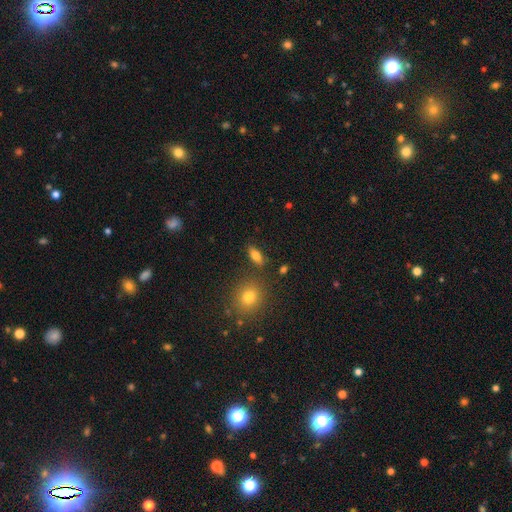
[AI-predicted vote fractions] Smooth or featured?
  - smooth: 77% *
  - featured or disk: 12%
  - star or artifact: 10%
How rounded?
  - in between: 78% *
  - cigar-shaped: 15%
  - round: 7%
Merging?
  - none: 82% *
  - minor disturbance: 11%
  - merger: 4%
  - major disturbance: 3%